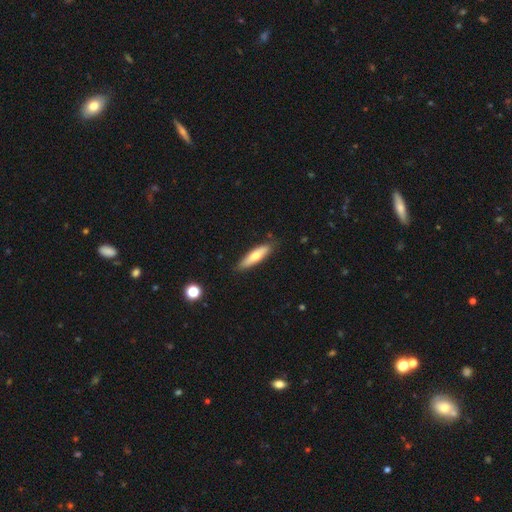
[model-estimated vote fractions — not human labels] This appears to be a smooth galaxy with no disk features (61%) that is cigar-shaped (69%). Merging: none (85%).